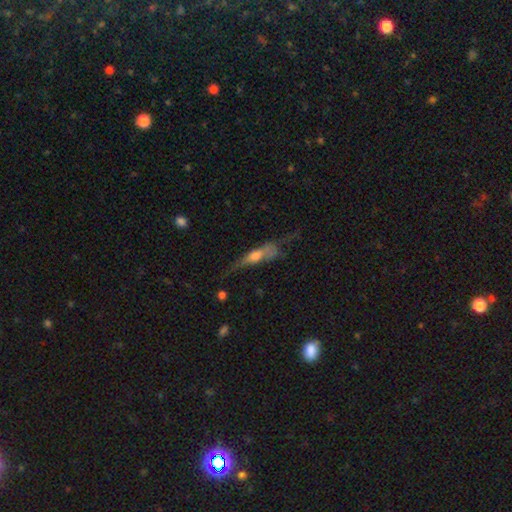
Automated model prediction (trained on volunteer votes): This is possibly a featured or disk galaxy (48%). Merging: marginally major disturbance (37%).